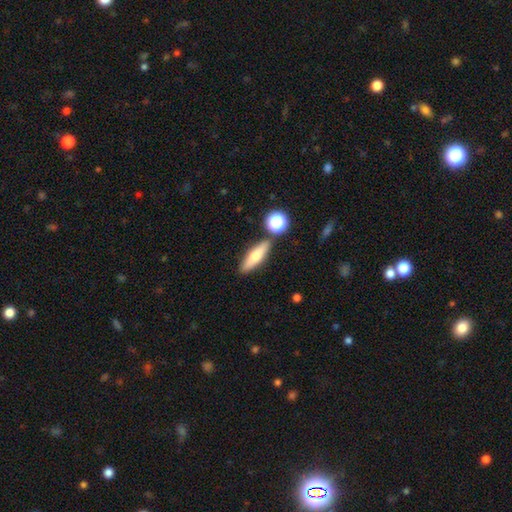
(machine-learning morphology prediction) A smooth galaxy with no disk features (66%) that is cigar-shaped (57%). Merging: none (82%).